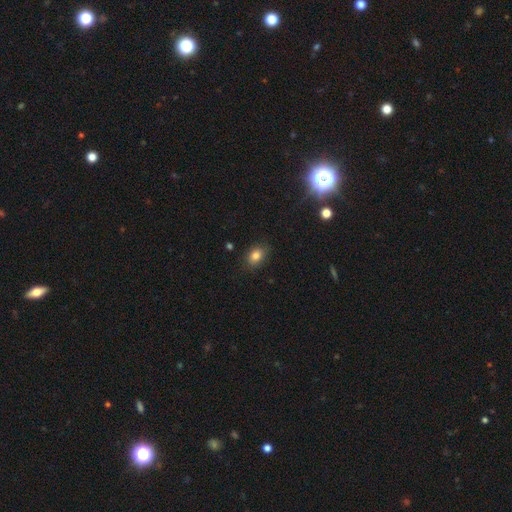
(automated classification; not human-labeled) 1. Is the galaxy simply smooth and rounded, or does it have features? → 82% smooth, 11% star or artifact, 7% featured or disk.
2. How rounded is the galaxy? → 71% in between, 28% round, 1% cigar-shaped.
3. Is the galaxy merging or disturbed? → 84% none, 12% minor disturbance, 3% major disturbance, 1% merger.